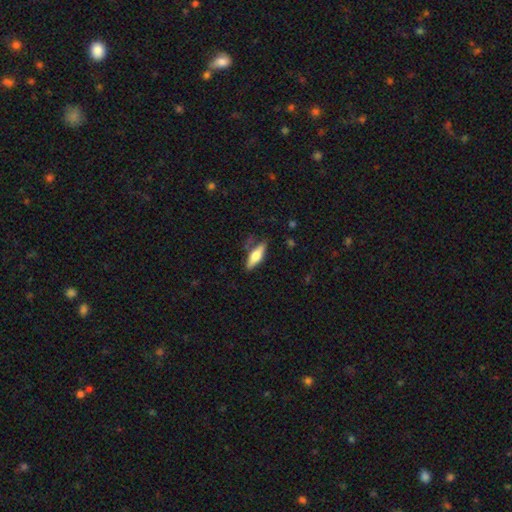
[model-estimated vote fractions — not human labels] Smooth or featured? smooth (54%)
How rounded? cigar-shaped (51%)
Merging? none (74%)